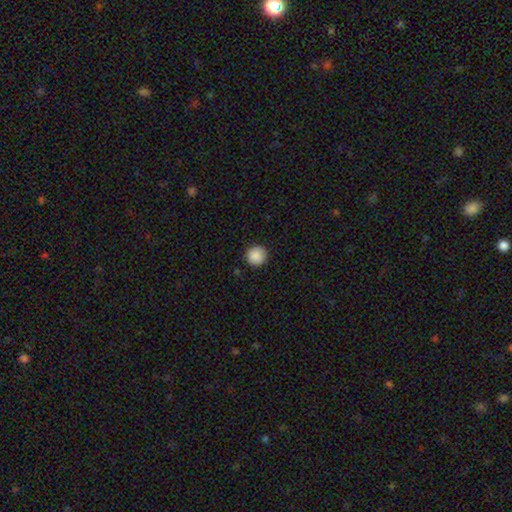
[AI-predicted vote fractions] smooth-or-featured: smooth: 89% | star or artifact: 8% | featured or disk: 2%
  how-rounded: round: 95% | in between: 4% | cigar-shaped: 1%
  merging: none: 91% | minor disturbance: 6% | major disturbance: 2% | merger: 1%